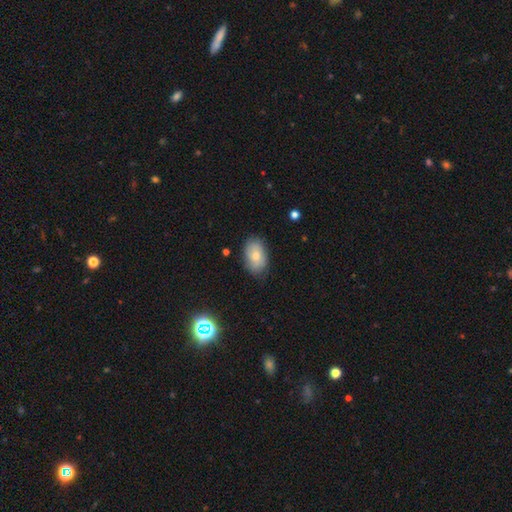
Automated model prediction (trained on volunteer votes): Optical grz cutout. It shows a smooth galaxy with no disk features (73%) that is in between round and cigar-shaped (90%). Merging: none (78%).